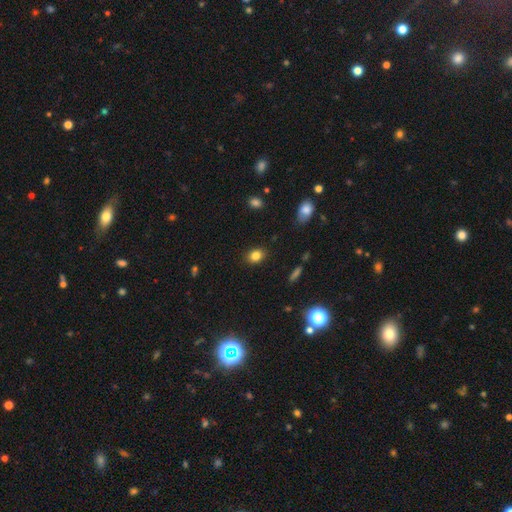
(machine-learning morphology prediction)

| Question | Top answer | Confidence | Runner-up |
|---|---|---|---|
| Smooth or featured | smooth | 84% | star or artifact (11%) |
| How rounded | in between | 56% | round (43%) |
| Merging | none | 87% | minor disturbance (9%) |